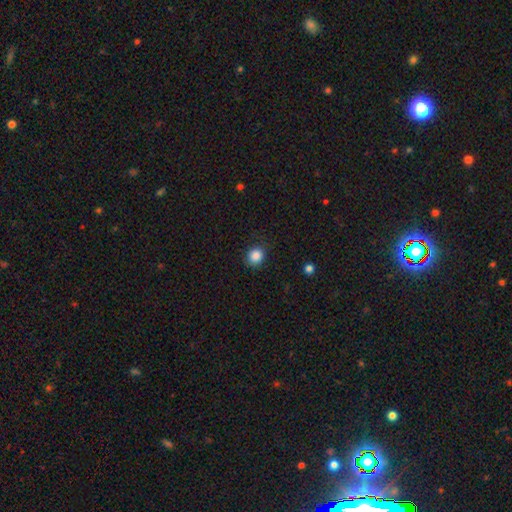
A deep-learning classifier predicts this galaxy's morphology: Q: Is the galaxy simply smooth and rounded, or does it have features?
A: smooth — 86%.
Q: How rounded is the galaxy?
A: round — 84%.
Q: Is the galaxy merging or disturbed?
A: none — 85%.